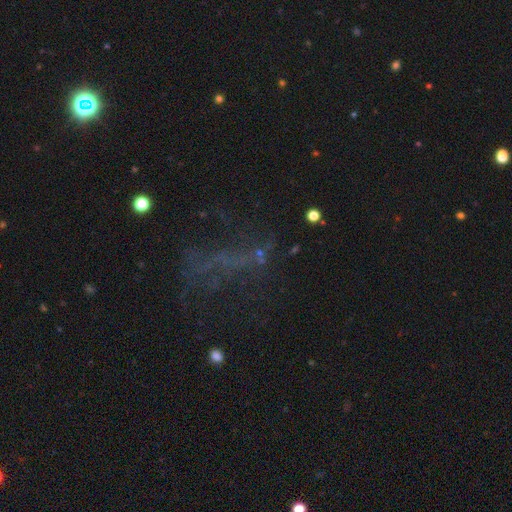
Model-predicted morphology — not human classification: Q: Smooth or featured?
A: star or artifact (43%); runner-up: featured or disk (33%)